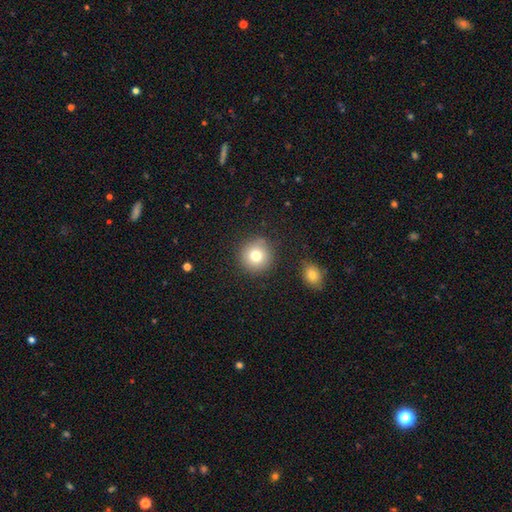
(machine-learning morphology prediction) This appears to be a smooth galaxy with no disk features (78%) that is round (93%). Merging: none (86%).